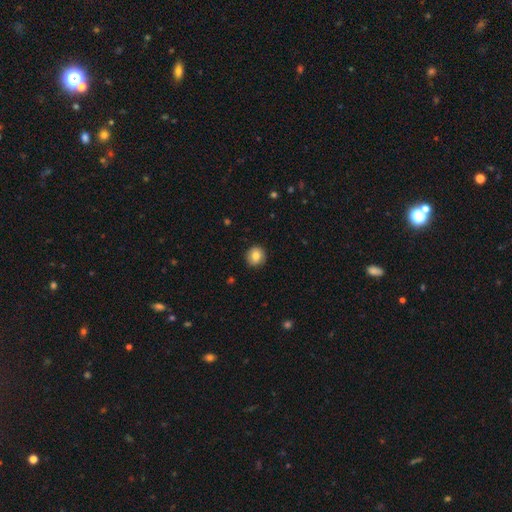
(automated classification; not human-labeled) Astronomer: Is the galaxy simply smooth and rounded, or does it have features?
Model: smooth — 81%.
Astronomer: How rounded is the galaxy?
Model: round — 90%.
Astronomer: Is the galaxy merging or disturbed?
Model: none — 89%.